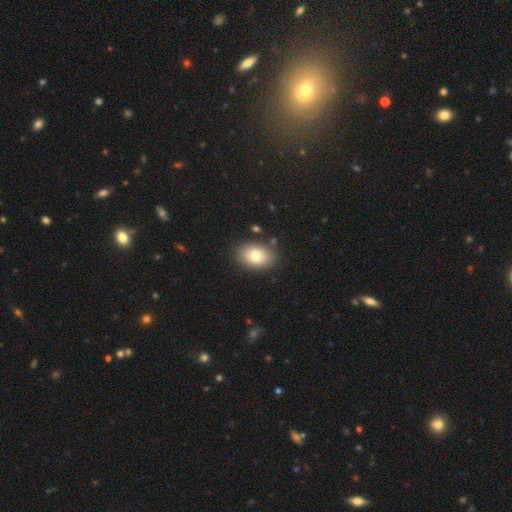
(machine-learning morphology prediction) This appears to be a smooth galaxy with no disk features (80%) that is in between round and cigar-shaped (82%). Merging: none (84%).